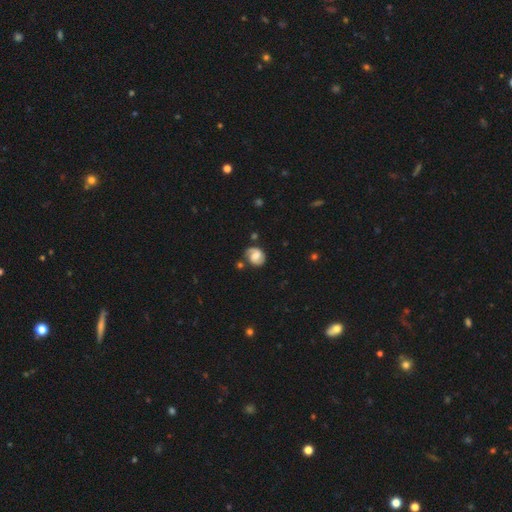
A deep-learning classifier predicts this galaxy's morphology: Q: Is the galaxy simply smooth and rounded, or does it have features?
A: featured or disk — 59%.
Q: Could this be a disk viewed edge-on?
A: no — 98%.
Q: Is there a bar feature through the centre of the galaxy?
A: weak — 45%.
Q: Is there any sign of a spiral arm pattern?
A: yes — 90%.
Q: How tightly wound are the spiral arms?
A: medium — 44%.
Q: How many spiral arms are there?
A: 2 — 82%.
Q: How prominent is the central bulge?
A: moderate — 37%.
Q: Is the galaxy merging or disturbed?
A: none — 70%.